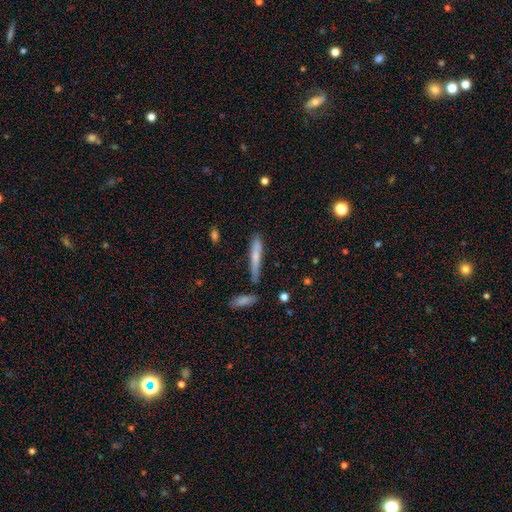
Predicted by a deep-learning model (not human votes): smooth 67%, featured or disk 26%, star or artifact 7%. Down the decision tree: how rounded — cigar-shaped (91%); merging — none (70%).